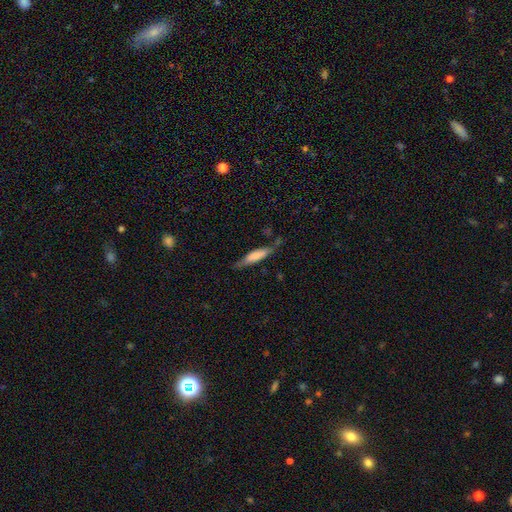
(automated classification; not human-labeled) Q: Smooth or featured?
A: smooth (63%); runner-up: featured or disk (31%)
Q: How rounded?
A: cigar-shaped (74%); runner-up: in between (24%)
Q: Merging?
A: none (63%); runner-up: minor disturbance (25%)